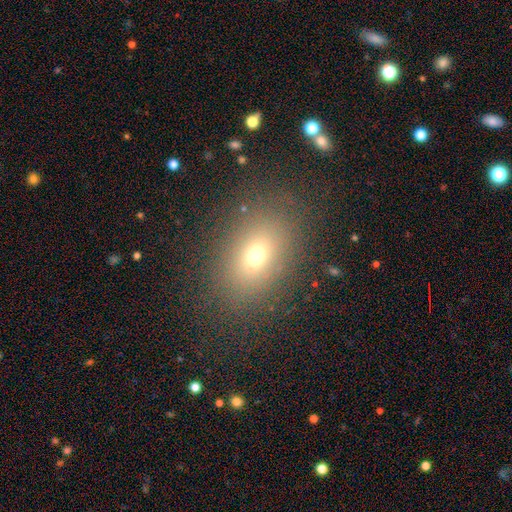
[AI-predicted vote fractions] A smooth galaxy with no disk features (66%) that is in between round and cigar-shaped (74%).

Vote fractions:
- Smooth or featured? smooth: 66% / star or artifact: 19% / featured or disk: 15%
- How rounded? in between: 74% / round: 23% / cigar-shaped: 2%
- Merging? none: 84% / minor disturbance: 9% / major disturbance: 5% / merger: 2%